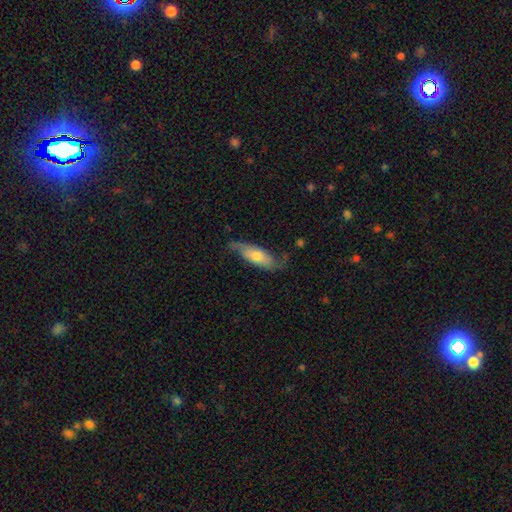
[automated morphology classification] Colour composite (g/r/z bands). It shows a featured or disk galaxy (63%). Merging: none (67%).